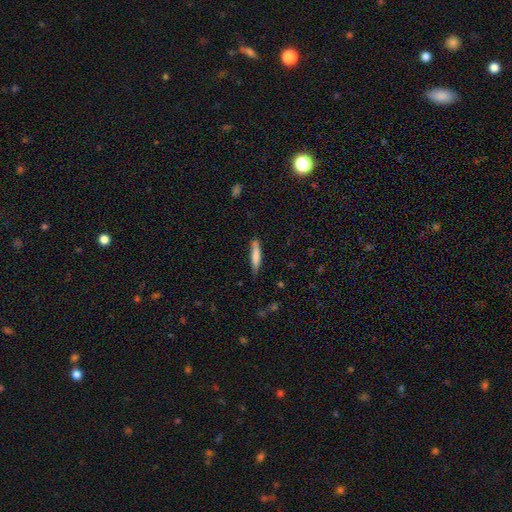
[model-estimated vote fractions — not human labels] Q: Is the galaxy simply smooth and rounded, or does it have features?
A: smooth — 77%.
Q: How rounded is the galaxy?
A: cigar-shaped — 87%.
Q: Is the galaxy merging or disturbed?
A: none — 77%.